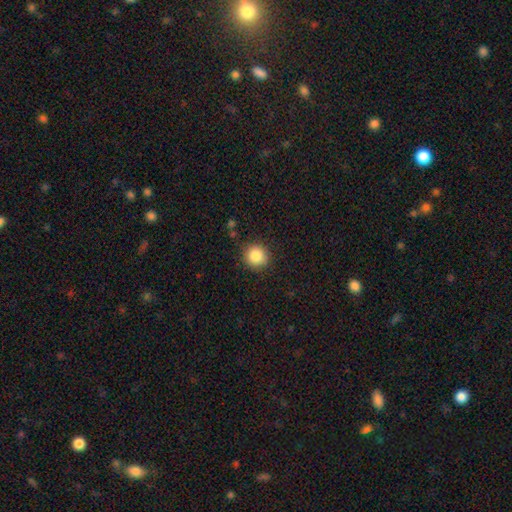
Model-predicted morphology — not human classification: The model was most divided on "smooth or featured": smooth: 85%, star or artifact: 10%, featured or disk: 5%. More confident: how rounded — round (91%); merging — none (88%).